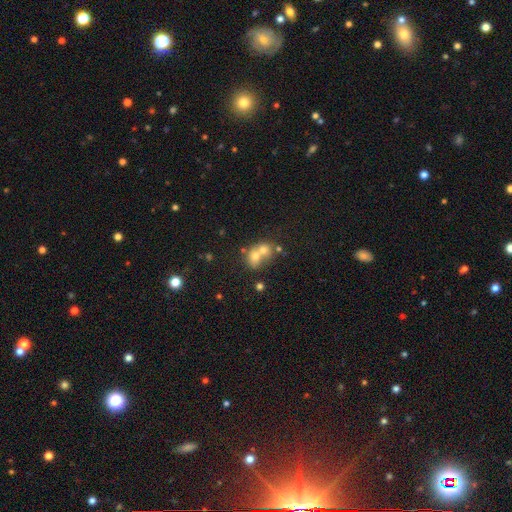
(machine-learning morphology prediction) Smooth or featured? smooth (64%)
How rounded? round (59%)
Merging? merger (68%)